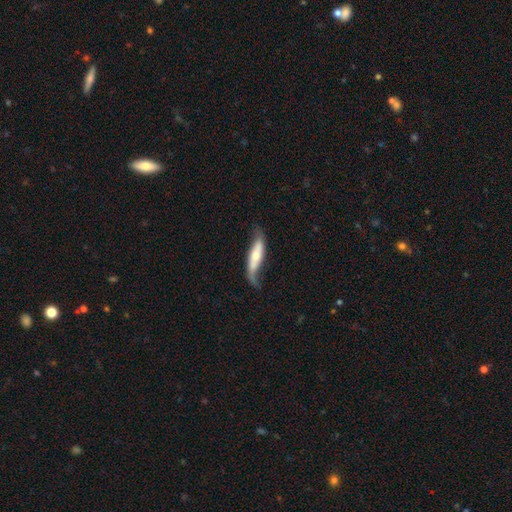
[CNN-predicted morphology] A featured or disk galaxy (57%). Merging: none (48%).